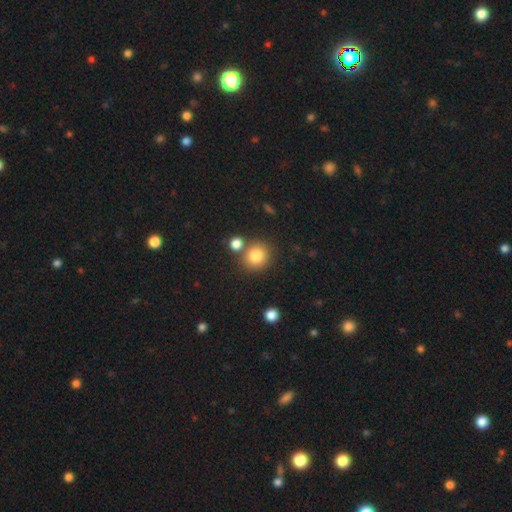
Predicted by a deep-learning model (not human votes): A smooth galaxy with no disk features (82%) that is round (86%).

Vote fractions:
- Smooth or featured? smooth: 82% / star or artifact: 11% / featured or disk: 7%
- How rounded? round: 86% / in between: 13% / cigar-shaped: 1%
- Merging? none: 71% / merger: 17% / minor disturbance: 9% / major disturbance: 3%